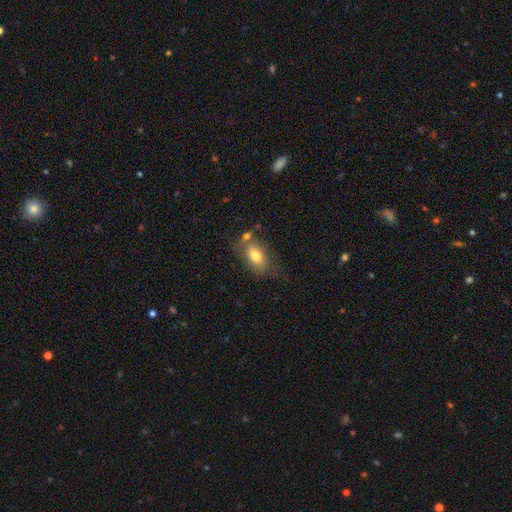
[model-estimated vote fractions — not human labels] Q: Smooth or featured?
A: smooth (75%); runner-up: featured or disk (17%)
Q: How rounded?
A: in between (87%); runner-up: round (9%)
Q: Merging?
A: none (60%); runner-up: minor disturbance (20%)